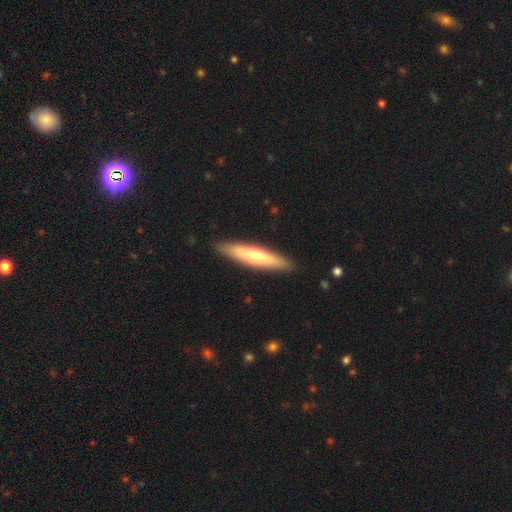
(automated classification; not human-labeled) smooth_or_featured: smooth (p=0.52) [alt: featured or disk p=0.42]
how_rounded: cigar-shaped (p=0.85) [alt: in between p=0.13]
merging: none (p=0.90) [alt: minor disturbance p=0.07]